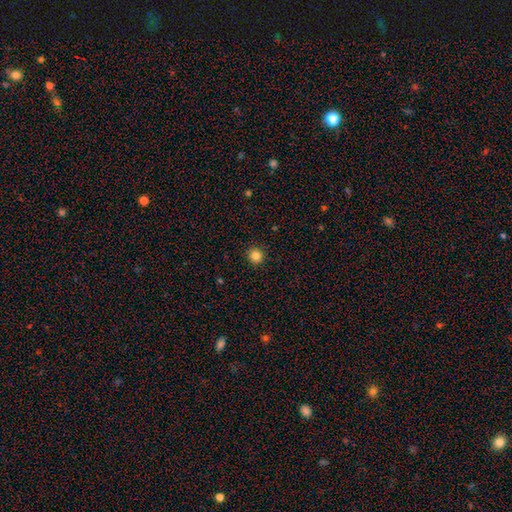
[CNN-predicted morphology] The model was most divided on "smooth or featured": smooth: 84%, star or artifact: 12%, featured or disk: 4%. More confident: how rounded — round (93%); merging — none (92%).